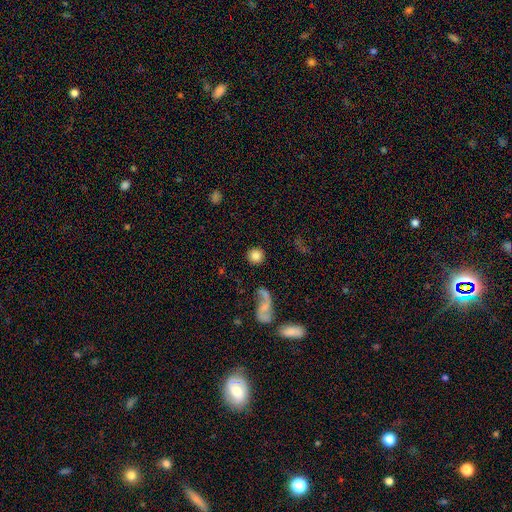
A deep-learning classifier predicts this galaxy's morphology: A smooth galaxy with no disk features (81%) that is round (93%). Merging: none (87%).